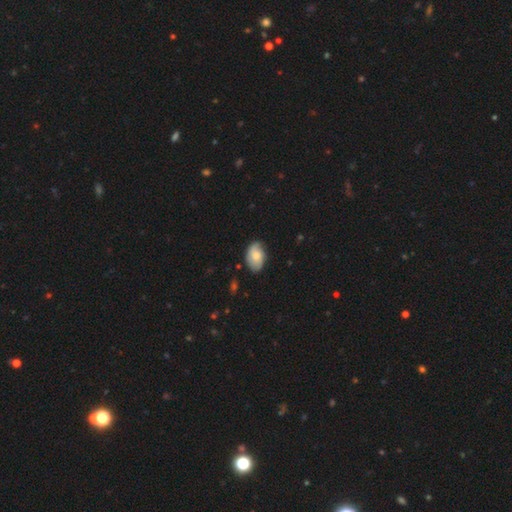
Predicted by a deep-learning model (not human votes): Smooth or featured? smooth (67%)
How rounded? in between (87%)
Merging? none (72%)